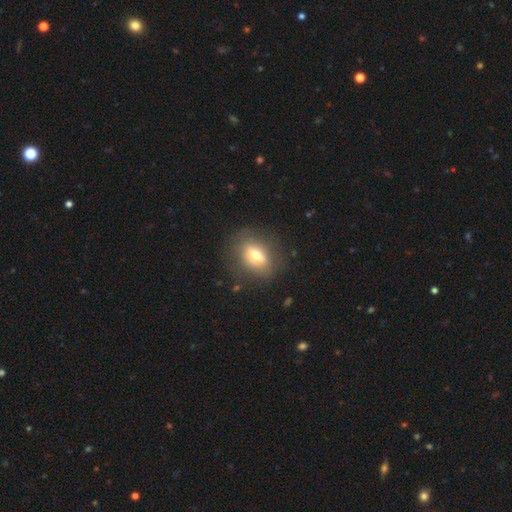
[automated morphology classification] Smooth or featured? Predicted: smooth (p=0.59). How rounded? Predicted: in between (p=0.69). Merging? Predicted: none (p=0.80).